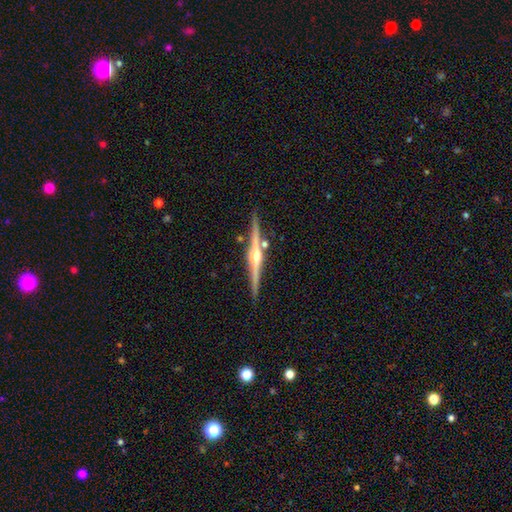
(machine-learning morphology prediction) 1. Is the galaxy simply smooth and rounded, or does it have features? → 87% featured or disk, 8% smooth, 5% star or artifact.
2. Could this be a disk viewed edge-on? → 99% yes, 1% no.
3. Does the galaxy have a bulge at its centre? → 90% rounded, 6% boxy, 4% none.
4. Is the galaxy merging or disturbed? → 88% none, 7% minor disturbance, 3% merger, 2% major disturbance.